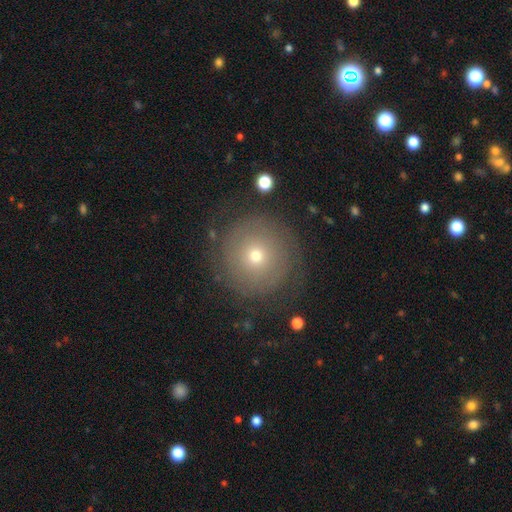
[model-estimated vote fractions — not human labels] Smooth or featured? Predicted: smooth (p=0.48). Merging? Predicted: none (p=0.80).